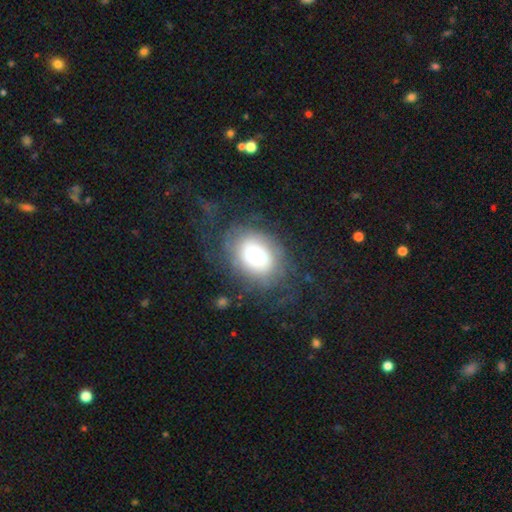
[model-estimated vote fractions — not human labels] Morphology: type=featured or disk (54%); edge-on=no (94%); bar=weak (43%); spiral arms=yes (65%); bulge=large (41%); merging=none (56%).